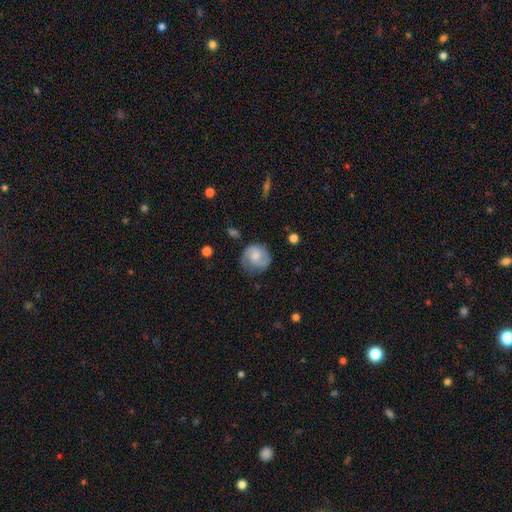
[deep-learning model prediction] Morphology: type=featured or disk (51%); edge-on=no (97%); merging=none (62%).